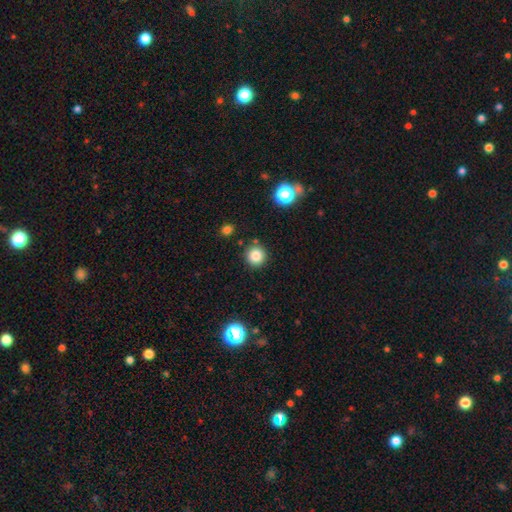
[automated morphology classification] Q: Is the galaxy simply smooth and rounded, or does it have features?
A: smooth — 84%.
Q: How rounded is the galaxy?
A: round — 95%.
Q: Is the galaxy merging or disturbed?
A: none — 88%.